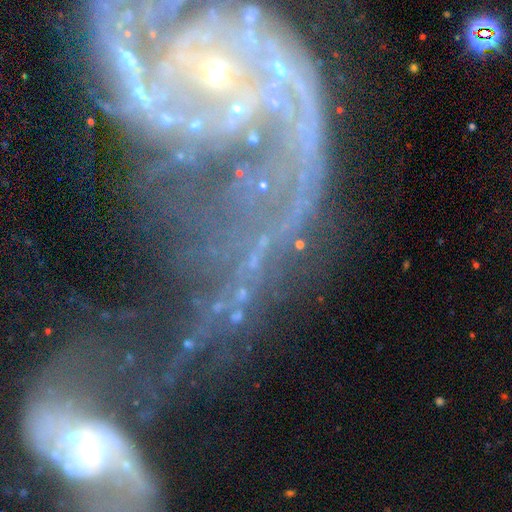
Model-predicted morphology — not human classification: A featured or disk galaxy (64%) with no bar (58%), spiral arms (69%) and a small central bulge (49%). Merging: none (38%).